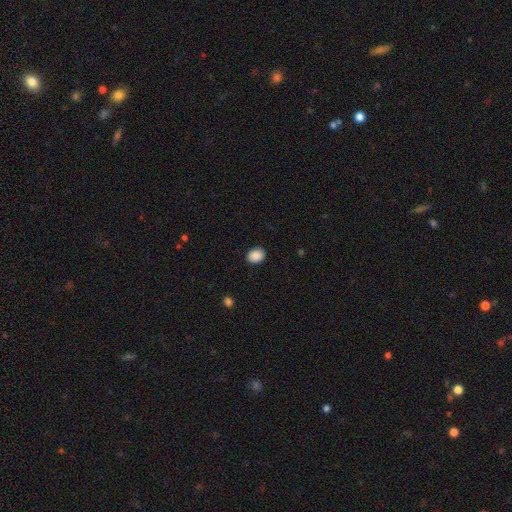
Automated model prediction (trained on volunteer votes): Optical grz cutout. It shows a smooth galaxy with no disk features (89%) that is round (51%). Merging: none (90%).